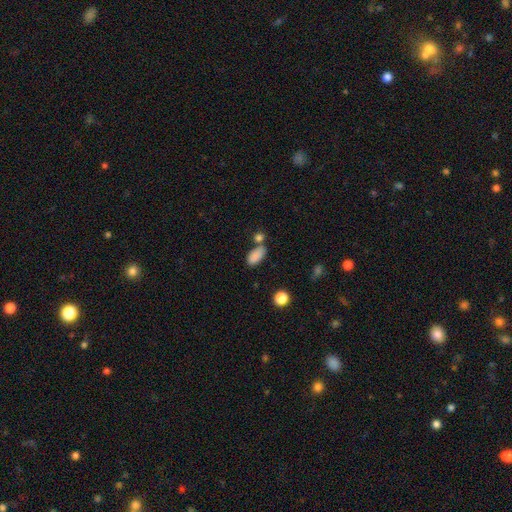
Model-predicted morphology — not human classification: smooth_or_featured: smooth (p=0.85) [alt: star or artifact p=0.09]
how_rounded: in between (p=0.90) [alt: cigar-shaped p=0.07]
merging: none (p=0.61) [alt: merger p=0.20]